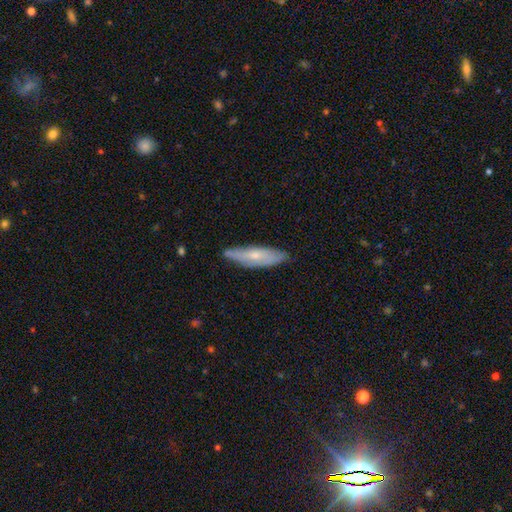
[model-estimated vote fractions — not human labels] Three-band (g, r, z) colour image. It shows a smooth galaxy with no disk features (51%) that is cigar-shaped (63%). Merging: none (76%).